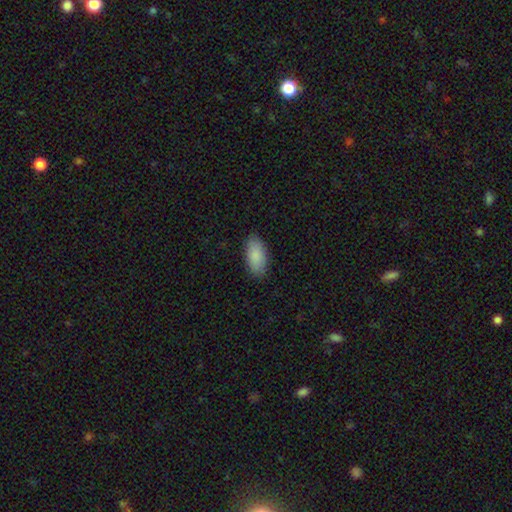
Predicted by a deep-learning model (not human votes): smooth-or-featured: smooth: 89% | star or artifact: 6% | featured or disk: 5%
  how-rounded: in between: 93% | cigar-shaped: 5% | round: 2%
  merging: none: 87% | minor disturbance: 10% | major disturbance: 2% | merger: 1%